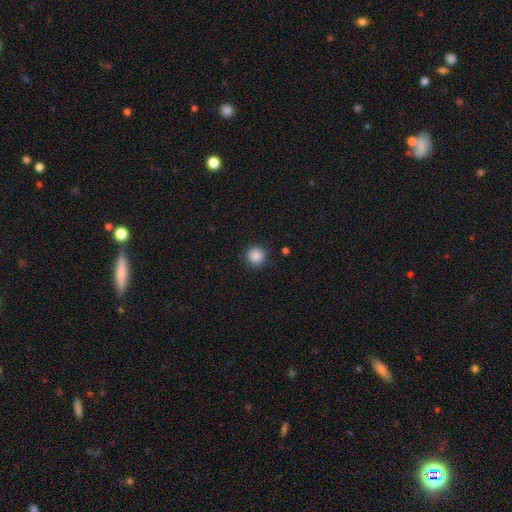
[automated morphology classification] This is clearly a smooth galaxy (87%). How rounded: clearly round (95%). Merging: clearly none (91%).